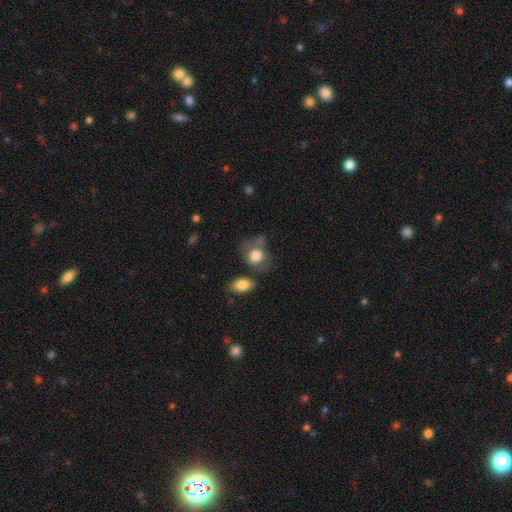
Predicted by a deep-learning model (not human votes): A smooth galaxy with no disk features (76%) that is round (56%). Merging: none (48%).